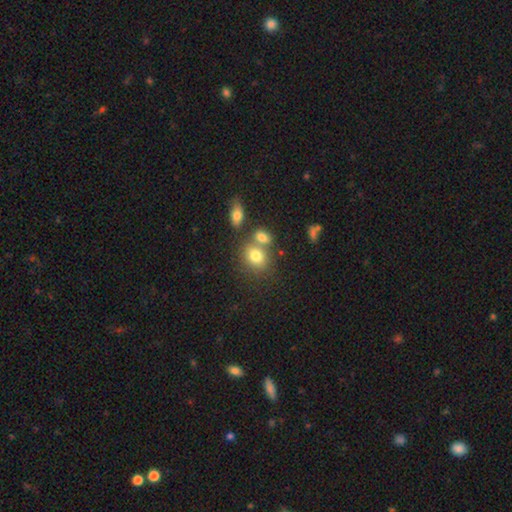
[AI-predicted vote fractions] smooth-or-featured: smooth: 78% | star or artifact: 11% | featured or disk: 11%
  how-rounded: round: 51% | in between: 48% | cigar-shaped: 1%
  merging: none: 49% | merger: 36% | minor disturbance: 11% | major disturbance: 4%